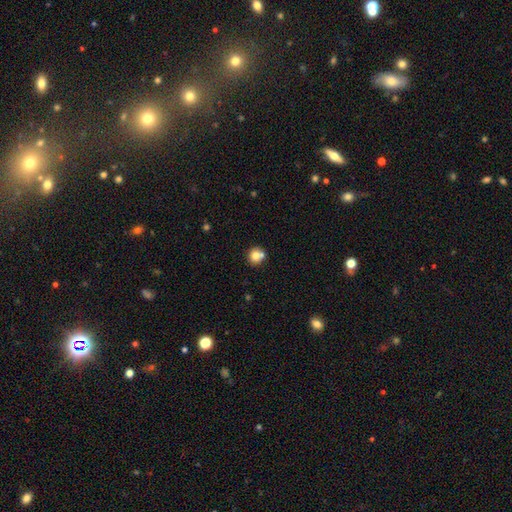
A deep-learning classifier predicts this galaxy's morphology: This is likely a smooth galaxy (77%). How rounded: clearly round (91%). Merging: likely none (60%).